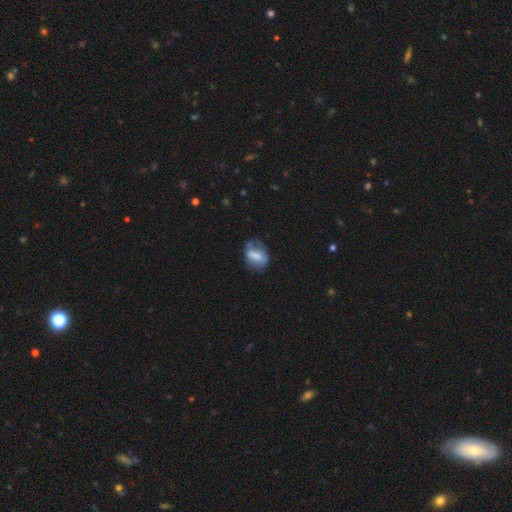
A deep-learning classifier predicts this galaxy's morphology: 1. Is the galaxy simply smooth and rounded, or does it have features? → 58% smooth, 33% featured or disk, 9% star or artifact.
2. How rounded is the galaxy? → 71% in between, 23% round, 5% cigar-shaped.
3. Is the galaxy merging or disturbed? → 49% none, 31% minor disturbance, 15% major disturbance, 4% merger.